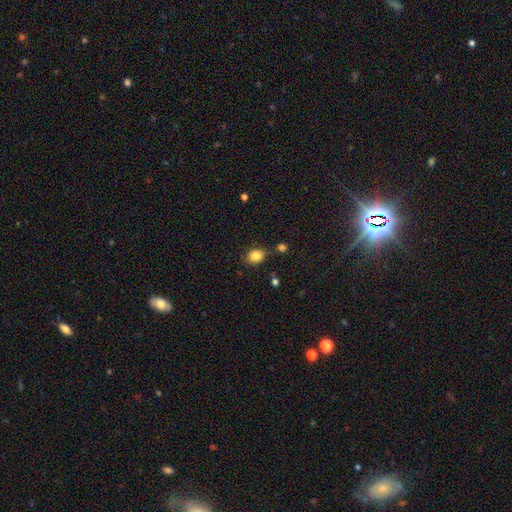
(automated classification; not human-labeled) Smooth or featured? smooth (85%)
How rounded? in between (56%)
Merging? none (79%)